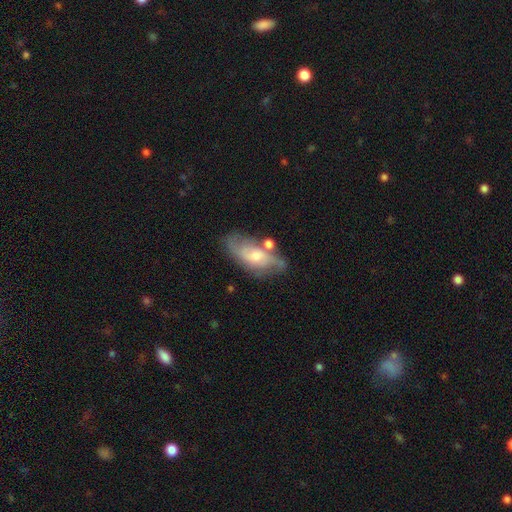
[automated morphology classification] A featured or disk galaxy (57%).

Vote fractions:
- Smooth or featured? featured or disk: 57% / smooth: 36% / star or artifact: 7%
- Edge-on disk? no: 88% / yes: 12%
- Merging? none: 55% / minor disturbance: 23% / merger: 12% / major disturbance: 10%